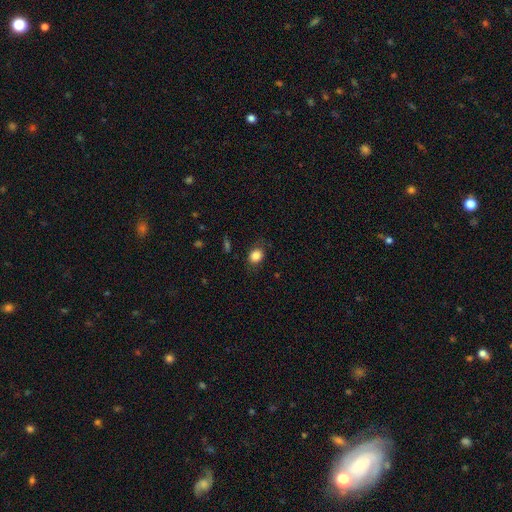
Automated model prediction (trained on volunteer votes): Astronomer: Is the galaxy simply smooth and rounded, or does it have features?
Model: smooth — 85%.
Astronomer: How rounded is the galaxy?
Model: round — 53% (runner-up: in between, 46%).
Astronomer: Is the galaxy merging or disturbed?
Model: none — 78%.